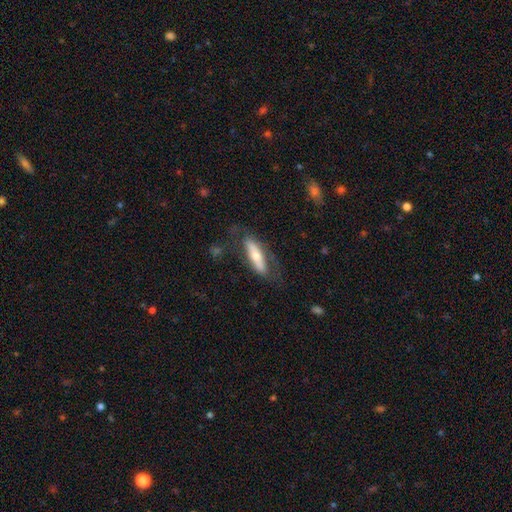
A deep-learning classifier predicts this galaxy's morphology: smooth 51%, featured or disk 44%, star or artifact 6%. Down the decision tree: how rounded — cigar-shaped (61%); merging — none (65%).